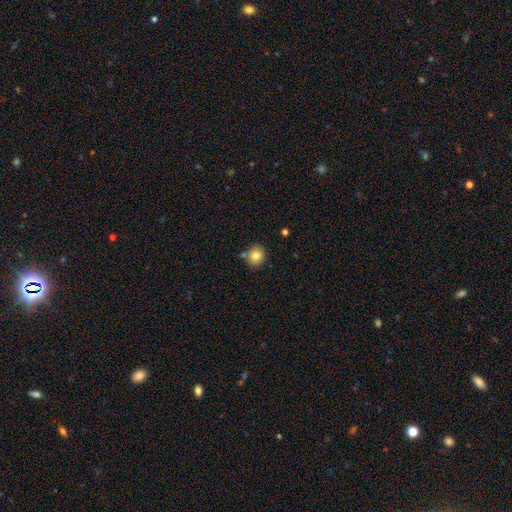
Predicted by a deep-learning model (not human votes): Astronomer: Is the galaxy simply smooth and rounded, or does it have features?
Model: smooth — 81%.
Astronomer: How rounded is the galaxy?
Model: round — 77%.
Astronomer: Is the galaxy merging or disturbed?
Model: none — 76%.